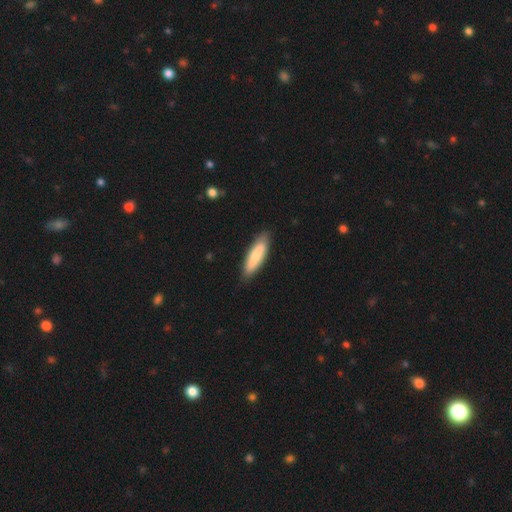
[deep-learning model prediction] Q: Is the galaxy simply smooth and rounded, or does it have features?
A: smooth — 78%.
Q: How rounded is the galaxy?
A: cigar-shaped — 62%.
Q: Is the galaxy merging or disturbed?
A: none — 85%.